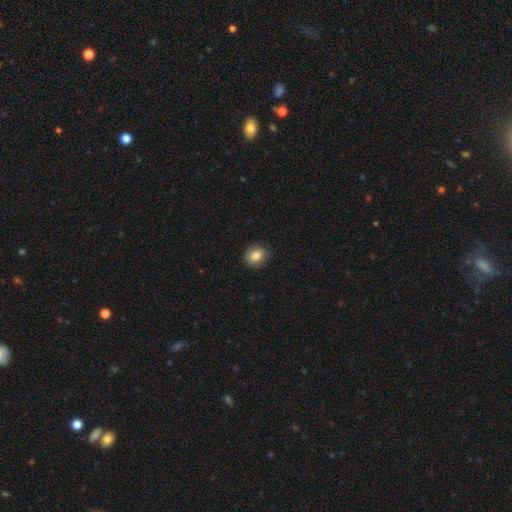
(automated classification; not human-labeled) smooth_or_featured: smooth (p=0.83) [alt: featured or disk p=0.09]
how_rounded: round (p=0.53) [alt: in between p=0.46]
merging: none (p=0.81) [alt: minor disturbance p=0.15]